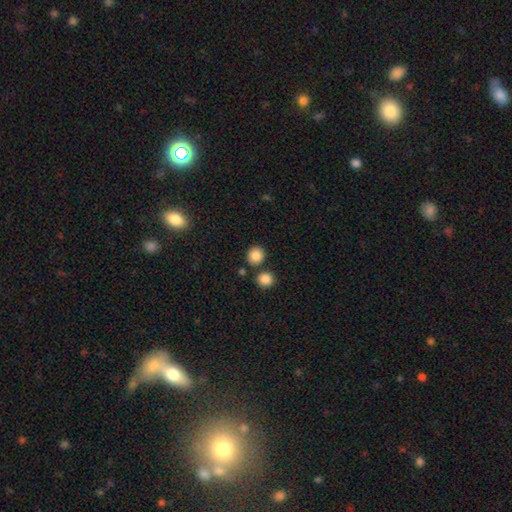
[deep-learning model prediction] smooth 86%, star or artifact 10%, featured or disk 4%. Down the decision tree: how rounded — round (85%); merging — none (80%).